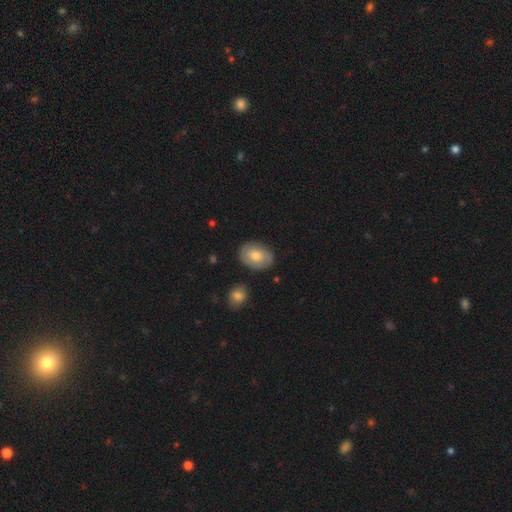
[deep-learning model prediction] This appears to be a smooth galaxy with no disk features (60%) that is in between round and cigar-shaped (72%). Merging: none (81%).